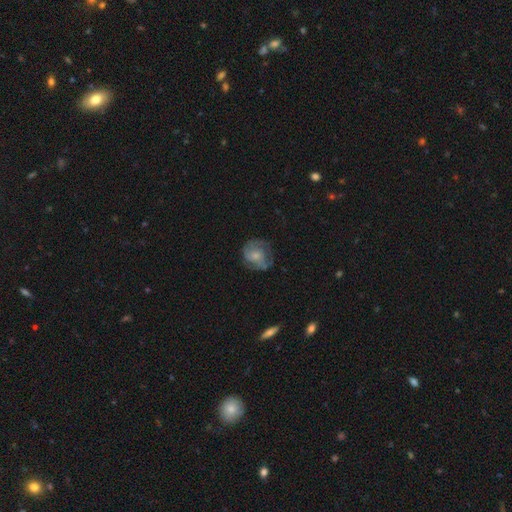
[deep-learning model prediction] Smooth or featured?
  - featured or disk: 54% *
  - smooth: 39%
  - star or artifact: 8%
Edge-on disk?
  - no: 98% *
  - yes: 2%
Bar?
  - no: 72% *
  - weak: 24%
  - strong: 4%
Spiral arms?
  - yes: 76% *
  - no: 24%
Bulge size?
  - small: 43% *
  - moderate: 38%
  - none: 12%
  - large: 6%
  - dominant: 1%
Merging?
  - none: 60% *
  - minor disturbance: 23%
  - major disturbance: 15%
  - merger: 2%